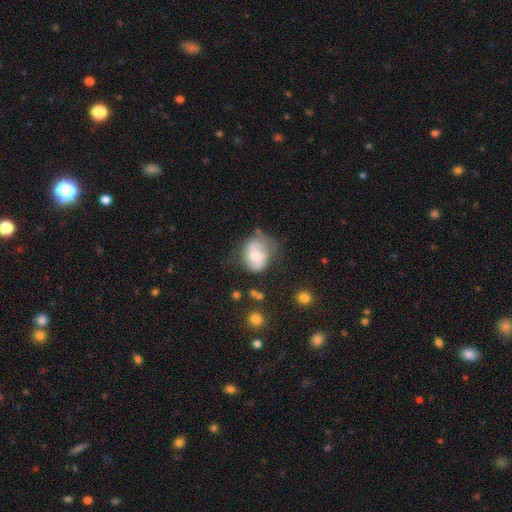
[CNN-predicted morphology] This is possibly a smooth galaxy (47%). Merging: marginally none (43%).